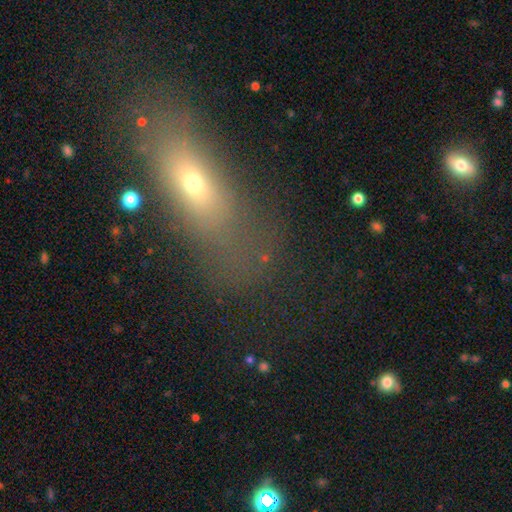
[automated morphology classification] A smooth galaxy with no disk features (55%) that is in between round and cigar-shaped (59%).

Vote fractions:
- Smooth or featured? smooth: 55% / featured or disk: 24% / star or artifact: 21%
- How rounded? in between: 59% / cigar-shaped: 30% / round: 11%
- Merging? none: 65% / minor disturbance: 17% / major disturbance: 14% / merger: 4%